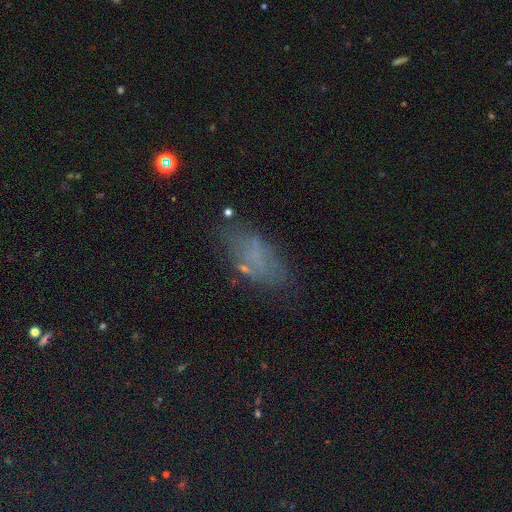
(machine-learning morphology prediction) Smooth or featured: smooth — 51% (star or artifact — 26%)
How rounded: in between — 84% (cigar-shaped — 10%)
Merging: none — 64% (minor disturbance — 20%)